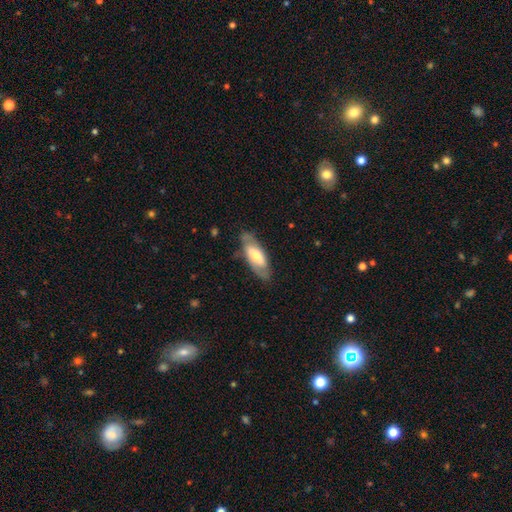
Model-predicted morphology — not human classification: Q: Smooth or featured?
A: featured or disk (50%); runner-up: smooth (44%)
Q: Edge-on disk?
A: no (76%); runner-up: yes (24%)
Q: Merging?
A: none (72%); runner-up: minor disturbance (20%)